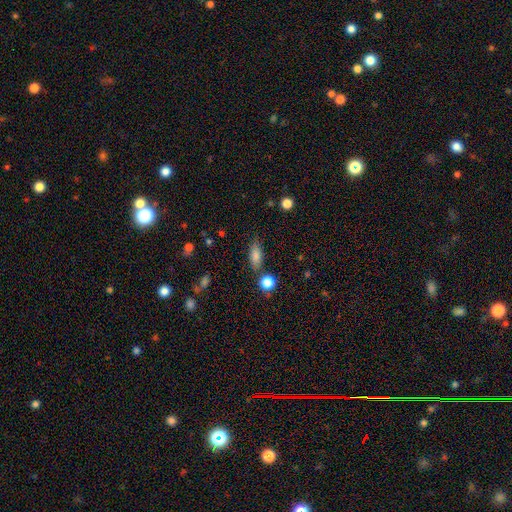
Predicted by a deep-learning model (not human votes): Q: Smooth or featured?
A: smooth (82%); runner-up: featured or disk (9%)
Q: How rounded?
A: in between (80%); runner-up: cigar-shaped (14%)
Q: Merging?
A: none (75%); runner-up: minor disturbance (15%)